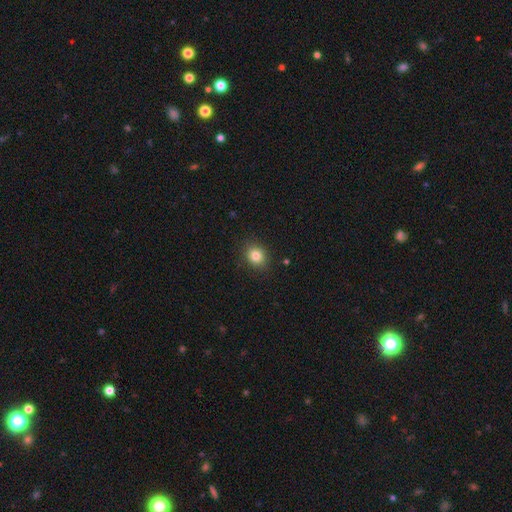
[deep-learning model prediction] This appears to be a smooth galaxy with no disk features (82%) that is round (64%). Merging: none (88%).